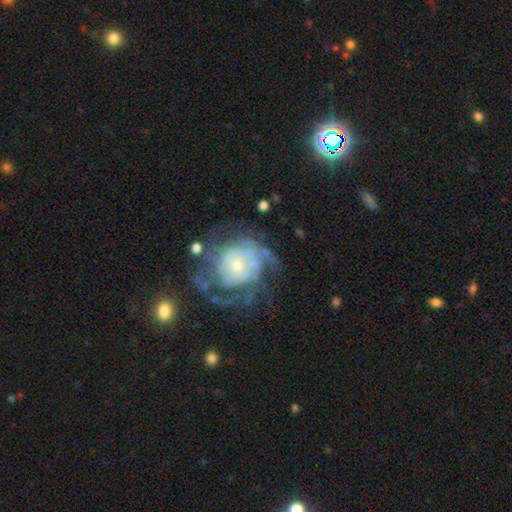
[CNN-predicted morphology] type=featured or disk (82%); edge-on=no (98%); bar=no (79%); spiral arms=yes (88%); winding=tight (51%); arm count=can't tell (37%); bulge=small (61%); merging=none (54%).